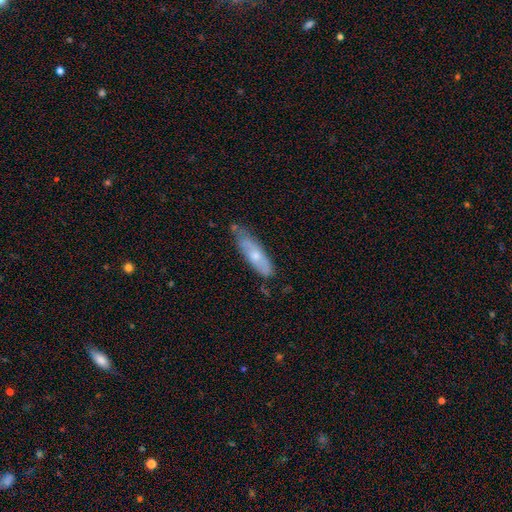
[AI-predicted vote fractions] smooth_or_featured: smooth (p=0.56) [alt: featured or disk p=0.38]
how_rounded: cigar-shaped (p=0.59) [alt: in between p=0.39]
merging: none (p=0.58) [alt: minor disturbance p=0.31]